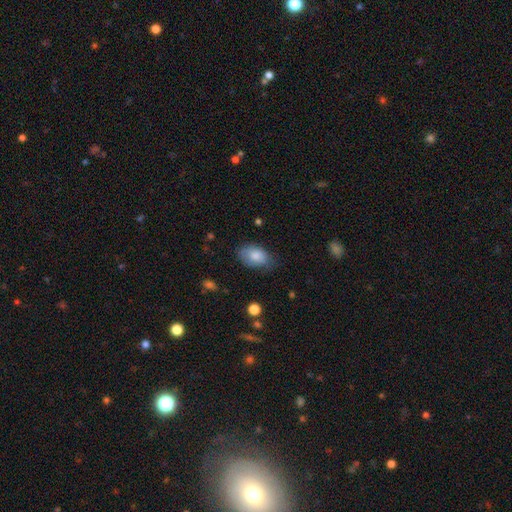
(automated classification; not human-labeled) Overall: smooth (82%). How rounded: in between (88%). Merging: none (64%; minor disturbance 28%).